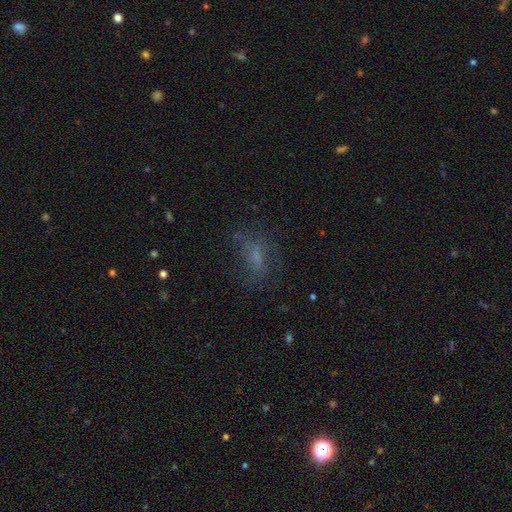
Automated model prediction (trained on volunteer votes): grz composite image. It shows a smooth galaxy with no disk features (50%). Merging: none (55%).